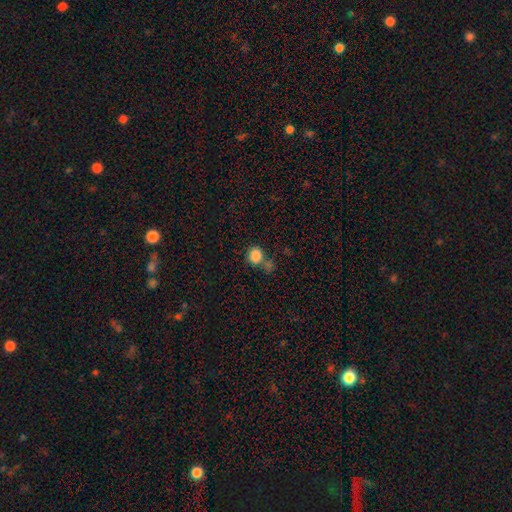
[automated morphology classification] Smooth or featured: smooth — 84% (star or artifact — 11%)
How rounded: round — 79% (in between — 20%)
Merging: none — 54% (merger — 24%)